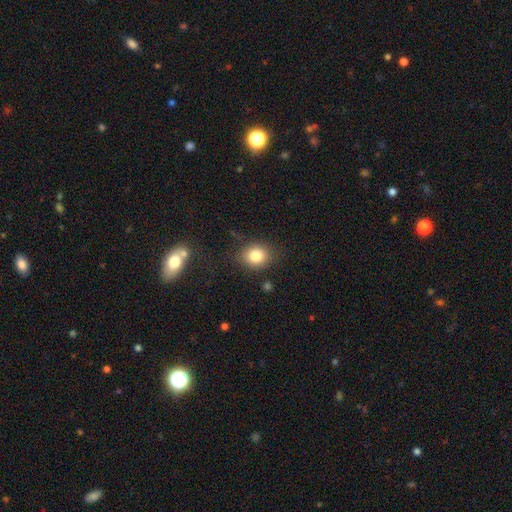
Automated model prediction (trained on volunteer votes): smooth-or-featured: smooth: 82% | star or artifact: 11% | featured or disk: 8%
  how-rounded: round: 65% | in between: 34% | cigar-shaped: 1%
  merging: none: 81% | minor disturbance: 13% | major disturbance: 4% | merger: 2%